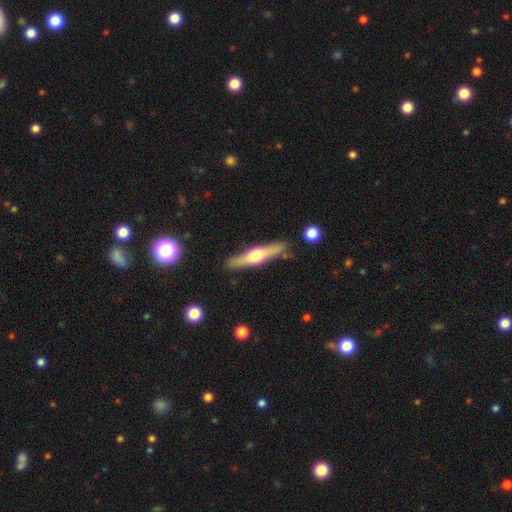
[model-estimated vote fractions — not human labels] smooth_or_featured: featured or disk (p=0.63) [alt: smooth p=0.32]
disk_edge_on: yes (p=0.95) [alt: no p=0.05]
edge_on_bulge: rounded (p=0.93) [alt: boxy p=0.05]
merging: none (p=0.85) [alt: minor disturbance p=0.10]